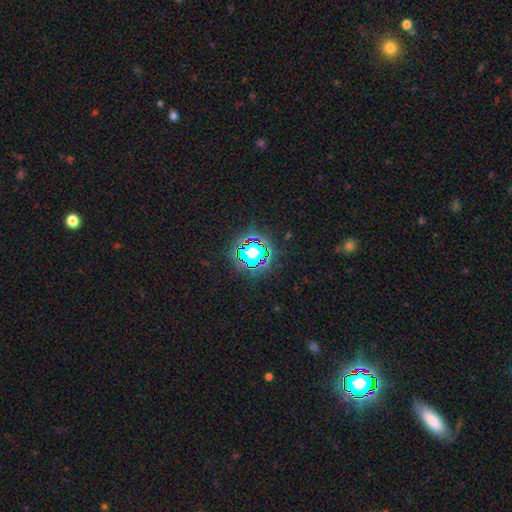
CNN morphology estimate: A star or artifact, not a galaxy (63%).